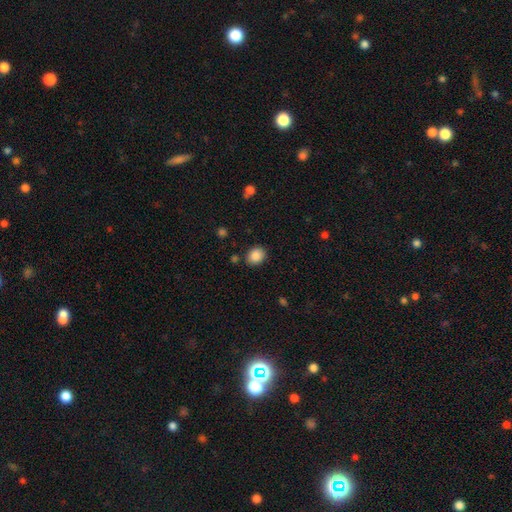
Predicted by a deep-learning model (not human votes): This is clearly a smooth galaxy (87%). How rounded: likely round (61%). Merging: clearly none (84%).